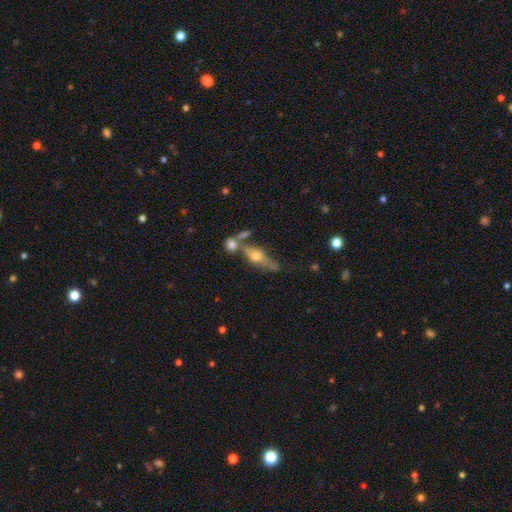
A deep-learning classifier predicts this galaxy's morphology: Overall: featured or disk (57%; smooth 33%). Edge-on disk: yes (79%). Merging: none (47%; merger 28%).